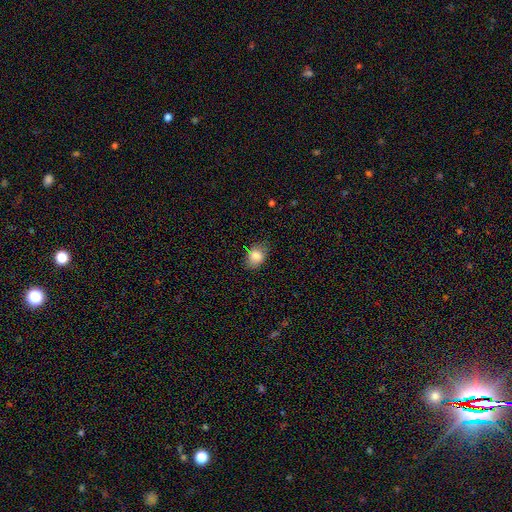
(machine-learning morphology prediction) Q: Smooth or featured?
A: smooth (82%); runner-up: star or artifact (10%)
Q: How rounded?
A: in between (64%); runner-up: round (35%)
Q: Merging?
A: none (74%); runner-up: minor disturbance (20%)